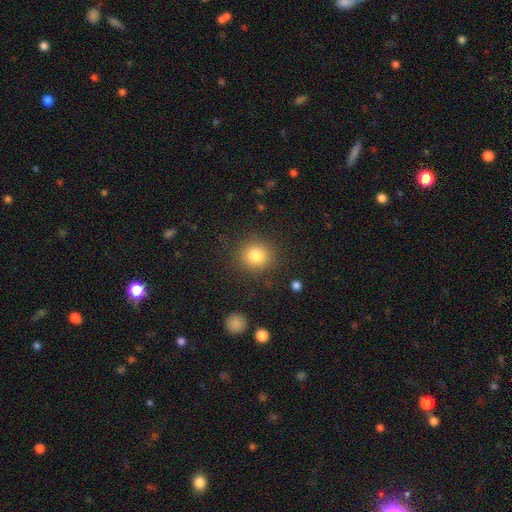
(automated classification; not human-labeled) The model was most divided on "smooth or featured": smooth: 82%, star or artifact: 11%, featured or disk: 7%. More confident: how rounded — round (89%); merging — none (87%).